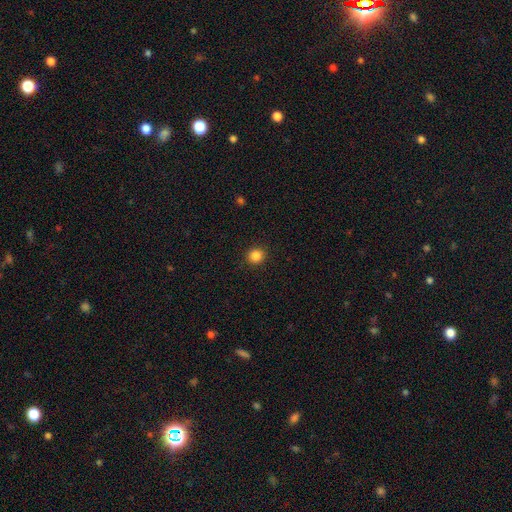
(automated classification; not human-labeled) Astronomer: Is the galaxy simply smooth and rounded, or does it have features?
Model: smooth — 85%.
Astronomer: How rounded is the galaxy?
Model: round — 89%.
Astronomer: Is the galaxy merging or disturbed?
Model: none — 91%.